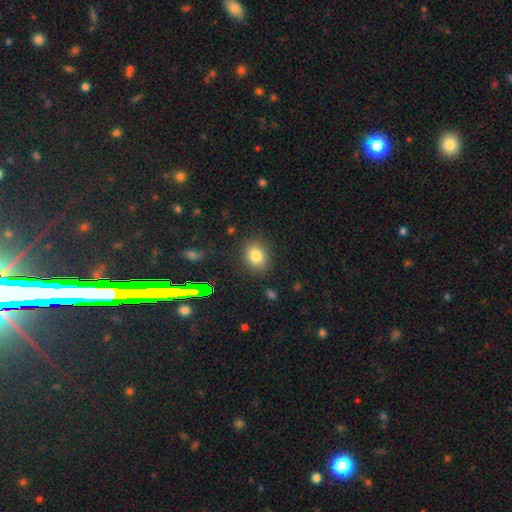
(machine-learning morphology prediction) Overall: smooth (80%). How rounded: round (51%; in between 48%). Merging: none (85%).